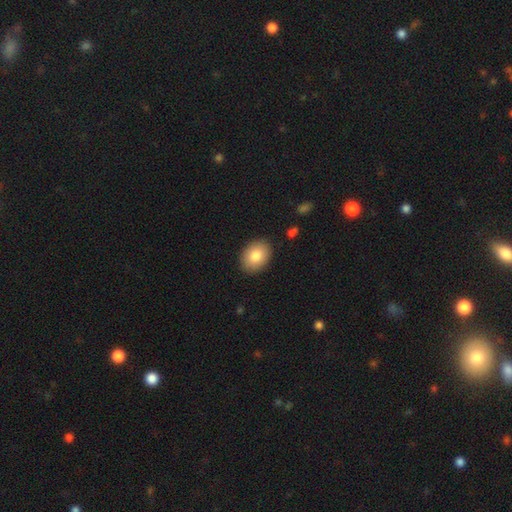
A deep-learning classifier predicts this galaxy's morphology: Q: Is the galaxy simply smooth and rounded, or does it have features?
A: smooth — 83%.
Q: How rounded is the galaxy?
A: in between — 73%.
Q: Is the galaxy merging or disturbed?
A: none — 89%.